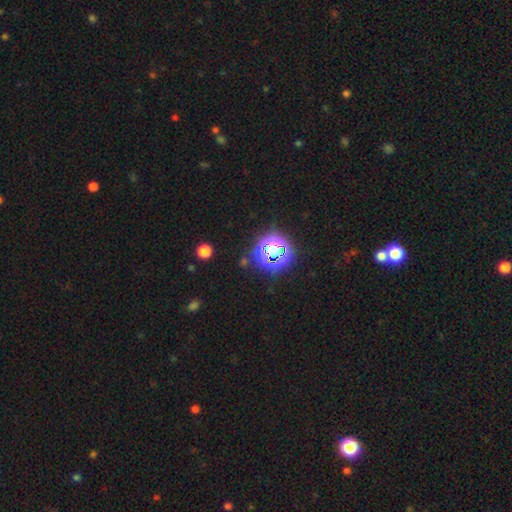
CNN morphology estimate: type=star or artifact (79%).